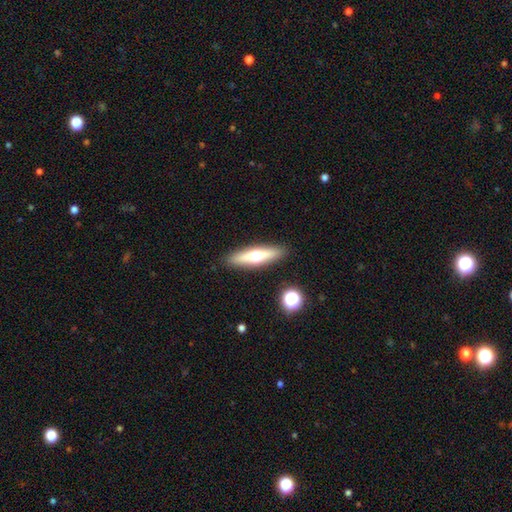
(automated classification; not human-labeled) Smooth or featured? featured or disk (47%)
Merging? none (90%)